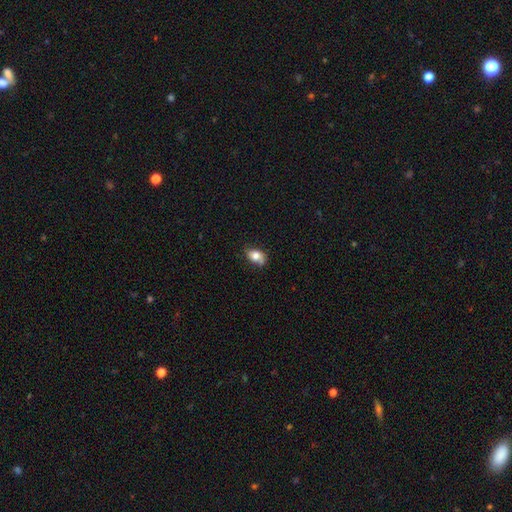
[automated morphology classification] Smooth or featured: smooth — 76% (featured or disk — 16%)
How rounded: in between — 79% (round — 19%)
Merging: none — 56% (minor disturbance — 30%)